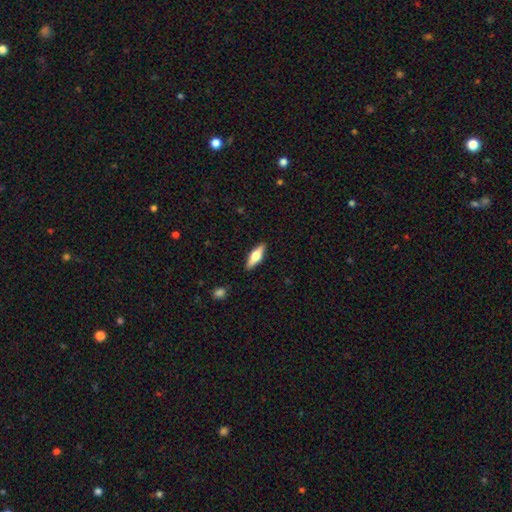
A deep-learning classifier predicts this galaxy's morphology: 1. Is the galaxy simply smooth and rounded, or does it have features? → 50% smooth, 44% featured or disk, 6% star or artifact.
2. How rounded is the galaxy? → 51% in between, 46% cigar-shaped, 3% round.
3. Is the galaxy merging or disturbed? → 89% none, 8% minor disturbance, 2% major disturbance, 1% merger.